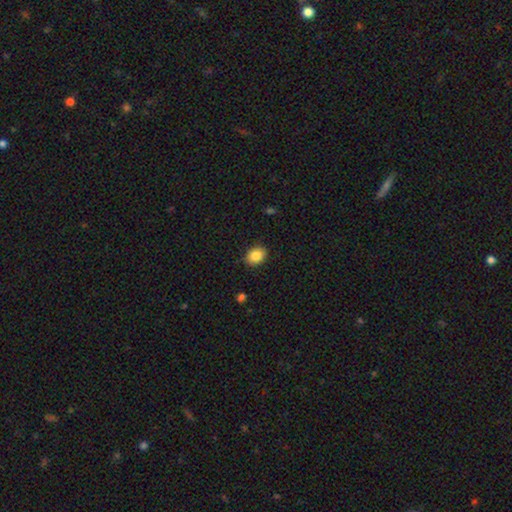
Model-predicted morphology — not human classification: This appears to be a smooth galaxy with no disk features (87%) that is in between round and cigar-shaped (63%). Merging: none (88%).